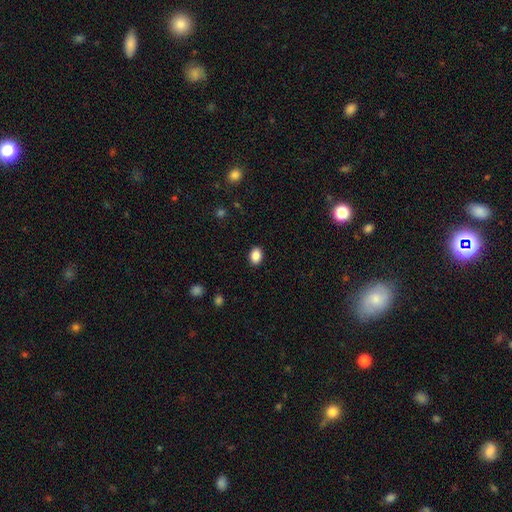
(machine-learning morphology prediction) Smooth or featured: smooth — 88% (star or artifact — 9%)
How rounded: in between — 72% (round — 27%)
Merging: none — 90% (minor disturbance — 7%)